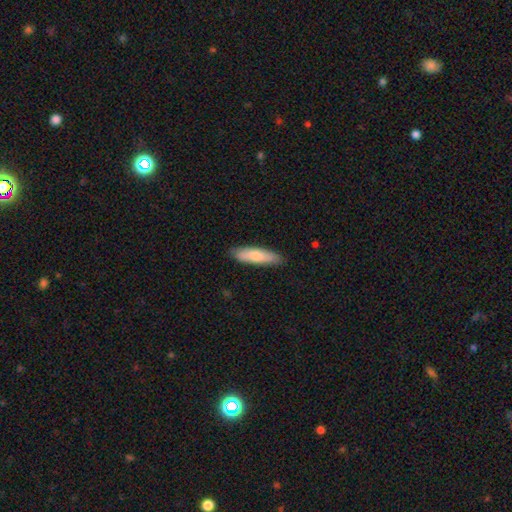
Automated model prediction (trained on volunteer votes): Q: Smooth or featured?
A: smooth (75%); runner-up: featured or disk (20%)
Q: How rounded?
A: cigar-shaped (64%); runner-up: in between (34%)
Q: Merging?
A: none (86%); runner-up: minor disturbance (11%)